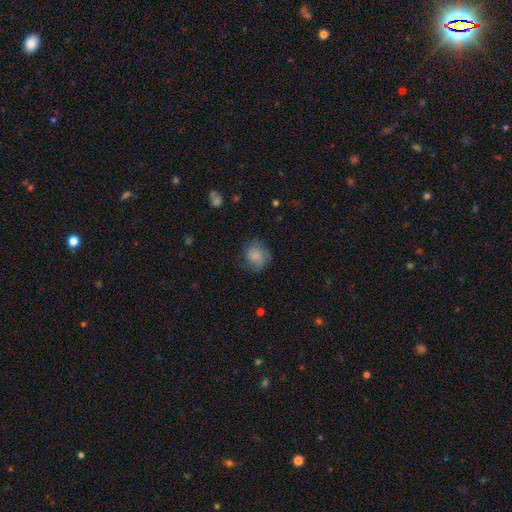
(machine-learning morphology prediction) A smooth galaxy with no disk features (63%) that is round (73%).

Vote fractions:
- Smooth or featured? smooth: 63% / featured or disk: 28% / star or artifact: 9%
- How rounded? round: 73% / in between: 26% / cigar-shaped: 1%
- Merging? none: 66% / minor disturbance: 22% / major disturbance: 11% / merger: 1%